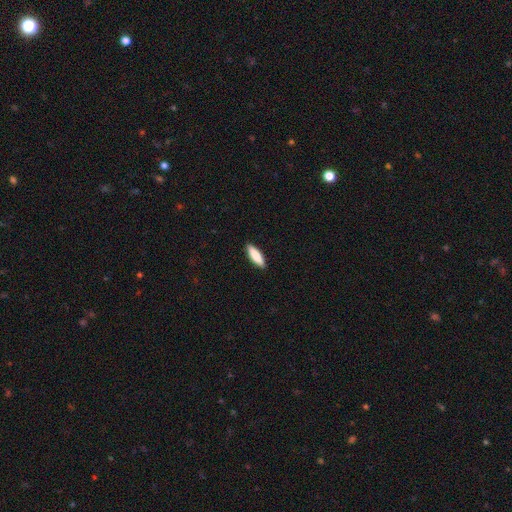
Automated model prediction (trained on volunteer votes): smooth 83%, featured or disk 11%, star or artifact 5%. Down the decision tree: how rounded — cigar-shaped (55%); merging — none (91%).